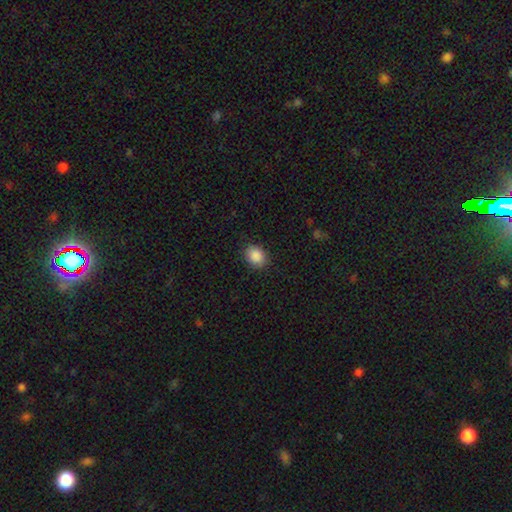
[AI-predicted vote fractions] Overall: smooth (88%). How rounded: round (52%; in between 47%). Merging: none (87%).